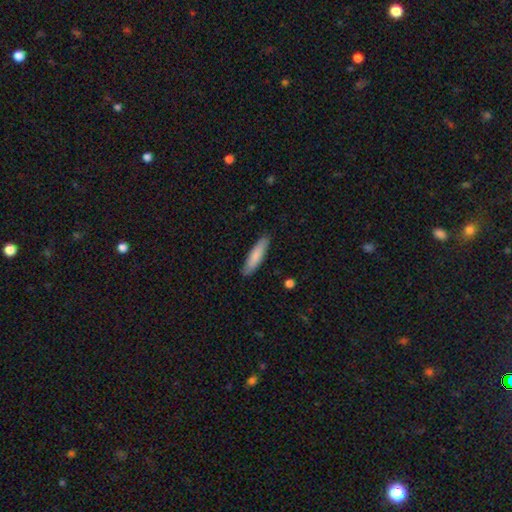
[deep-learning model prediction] Q: Smooth or featured?
A: smooth (81%); runner-up: featured or disk (14%)
Q: How rounded?
A: cigar-shaped (73%); runner-up: in between (25%)
Q: Merging?
A: none (87%); runner-up: minor disturbance (10%)